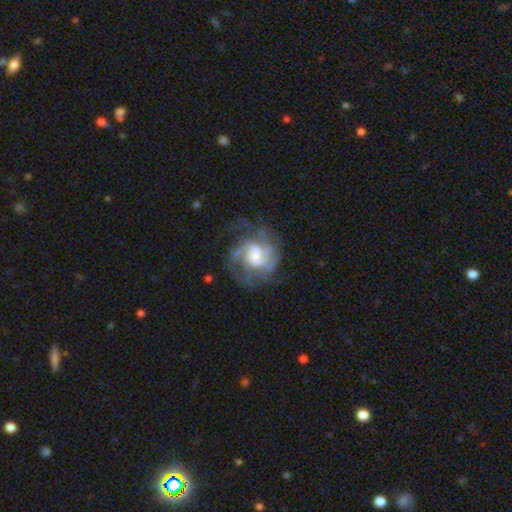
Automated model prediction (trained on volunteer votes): Morphology: type=featured or disk (77%); edge-on=no (98%); bar=no (57%); spiral arms=yes (89%); winding=medium (45%); arm count=can't tell (31%); bulge=large (38%); merging=none (50%).